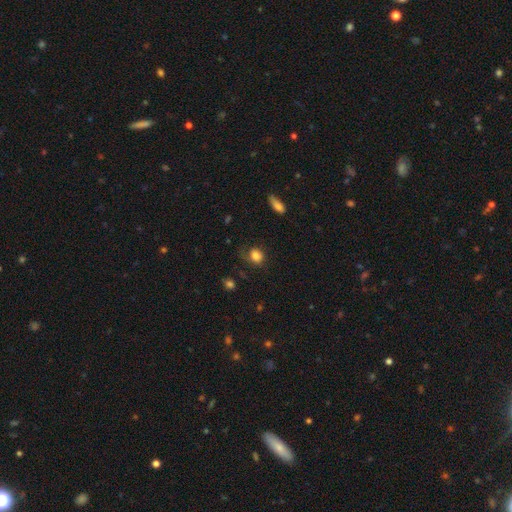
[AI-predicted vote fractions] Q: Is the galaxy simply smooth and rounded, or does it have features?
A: smooth — 81%.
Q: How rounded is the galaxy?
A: round — 62%.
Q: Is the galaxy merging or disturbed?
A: none — 56%.